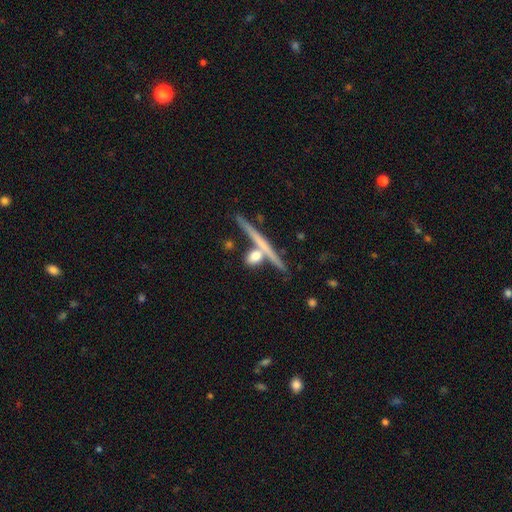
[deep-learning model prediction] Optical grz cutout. It shows a smooth galaxy with no disk features (61%) that is cigar-shaped (47%). Merging: none (63%).